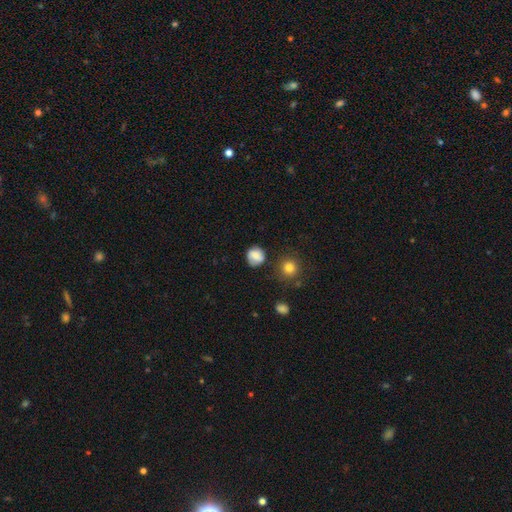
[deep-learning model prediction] smooth 74%, featured or disk 16%, star or artifact 9%. Down the decision tree: how rounded — round (81%); merging — none (73%).